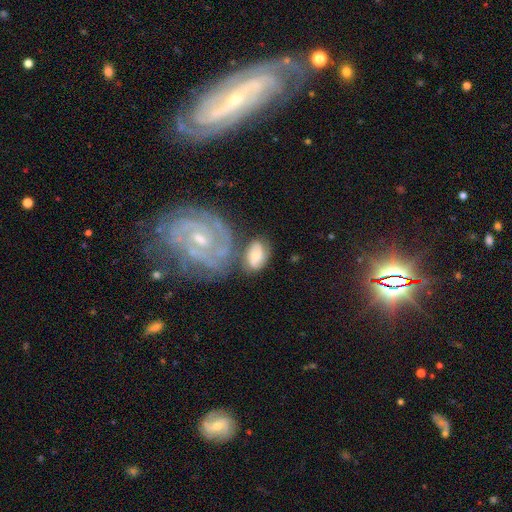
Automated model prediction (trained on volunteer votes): Q: Smooth or featured?
A: featured or disk (48%); runner-up: smooth (45%)
Q: Merging?
A: none (50%); runner-up: merger (24%)